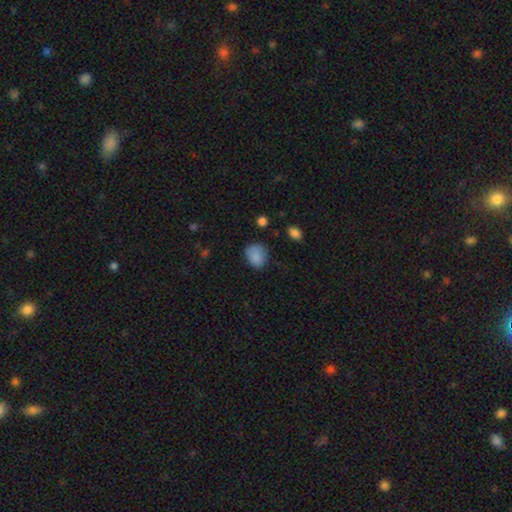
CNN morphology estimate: Smooth or featured: smooth — 84% (star or artifact — 10%)
How rounded: round — 51% (in between — 48%)
Merging: none — 62% (minor disturbance — 28%)